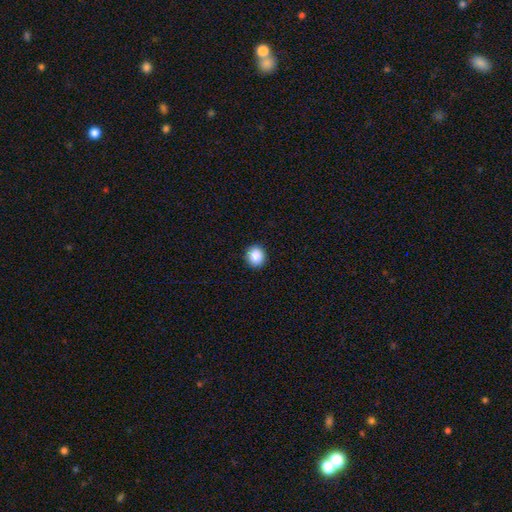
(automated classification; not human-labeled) Q: Smooth or featured?
A: smooth (89%); runner-up: star or artifact (8%)
Q: How rounded?
A: round (82%); runner-up: in between (17%)
Q: Merging?
A: none (91%); runner-up: minor disturbance (6%)